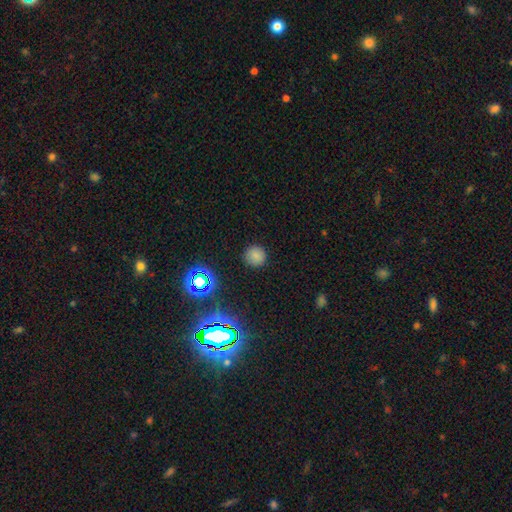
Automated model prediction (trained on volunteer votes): This is likely a smooth galaxy (77%). How rounded: clearly round (92%). Merging: clearly none (88%).